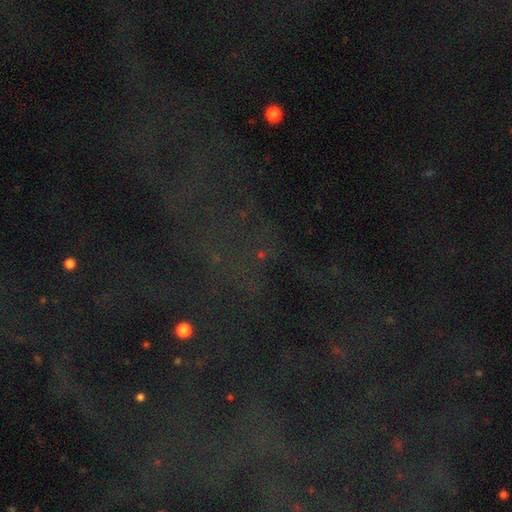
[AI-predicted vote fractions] A star or artifact, not a galaxy (76%).

Vote fractions:
- Smooth or featured? star or artifact: 76% / smooth: 12% / featured or disk: 12%